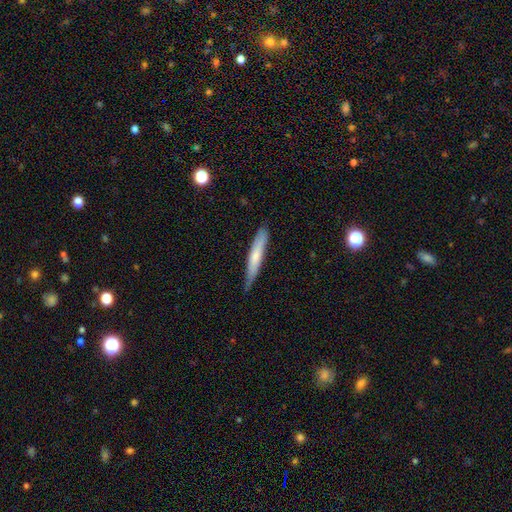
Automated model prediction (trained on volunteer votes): This appears to be a smooth galaxy with no disk features (64%) that is cigar-shaped (92%). Merging: none (74%).